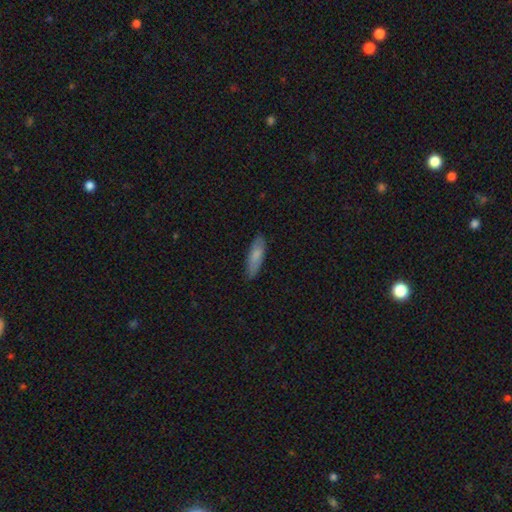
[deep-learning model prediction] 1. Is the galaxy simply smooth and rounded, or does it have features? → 77% smooth, 18% featured or disk, 6% star or artifact.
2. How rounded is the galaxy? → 49% in between (tied), 49% cigar-shaped (tied), 2% round.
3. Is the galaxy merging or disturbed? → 83% none, 13% minor disturbance, 2% major disturbance, 1% merger.